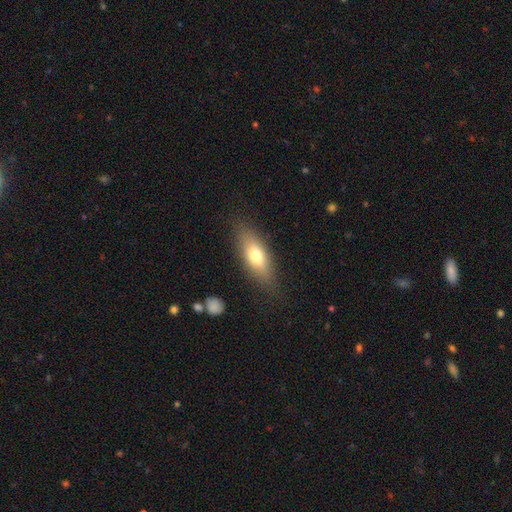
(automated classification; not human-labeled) Overall: smooth (68%). How rounded: in between (67%; cigar-shaped 30%). Merging: none (80%).